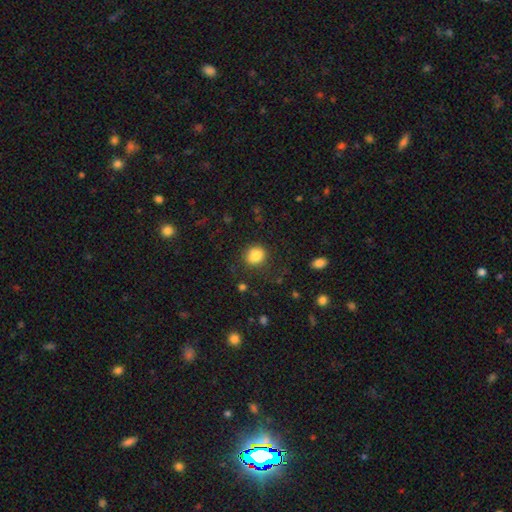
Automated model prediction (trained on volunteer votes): smooth_or_featured: smooth (p=0.85) [alt: star or artifact p=0.10]
how_rounded: round (p=0.76) [alt: in between p=0.23]
merging: none (p=0.83) [alt: minor disturbance p=0.12]